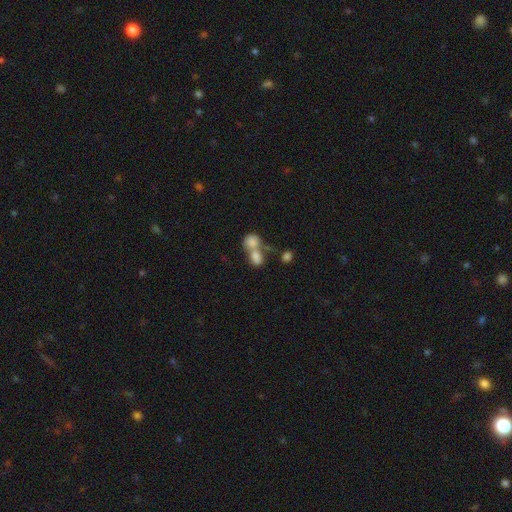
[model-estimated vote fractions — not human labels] Morphology: type=smooth (77%); roundness=in between (68%); merging=merger (70%).